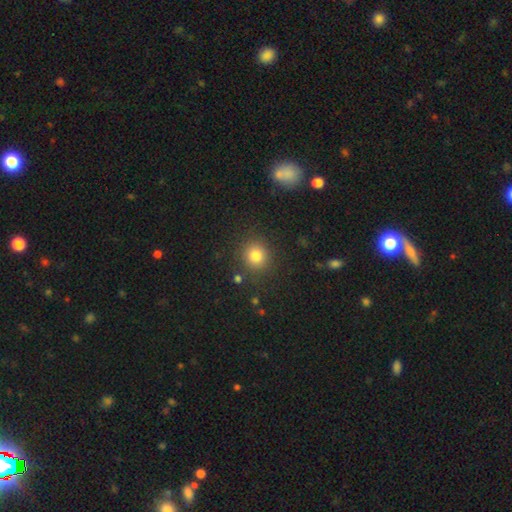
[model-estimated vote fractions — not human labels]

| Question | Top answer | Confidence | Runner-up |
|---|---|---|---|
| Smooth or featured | smooth | 81% | star or artifact (13%) |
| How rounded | round | 87% | in between (12%) |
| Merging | none | 86% | minor disturbance (8%) |